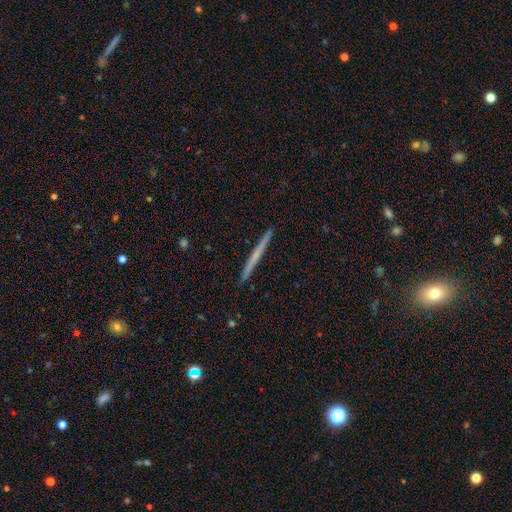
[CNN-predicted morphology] Q: Smooth or featured?
A: featured or disk (51%); runner-up: smooth (43%)
Q: Edge-on disk?
A: yes (98%); runner-up: no (2%)
Q: Edge-on bulge?
A: none (82%); runner-up: rounded (14%)
Q: Merging?
A: none (93%); runner-up: minor disturbance (5%)